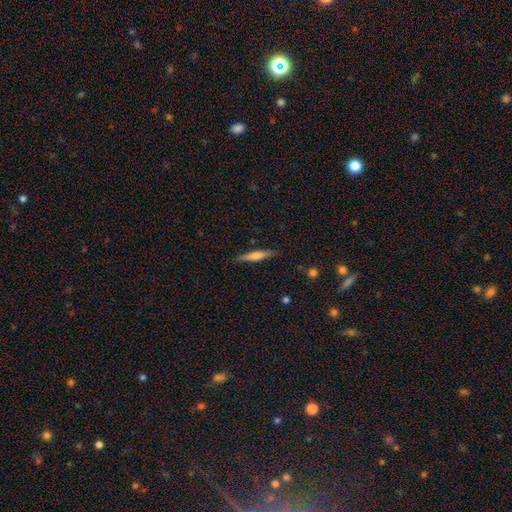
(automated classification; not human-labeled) Smooth or featured?
  - smooth: 53% *
  - featured or disk: 40%
  - star or artifact: 6%
How rounded?
  - cigar-shaped: 89% *
  - in between: 10%
  - round: 2%
Merging?
  - none: 86% *
  - minor disturbance: 10%
  - major disturbance: 2%
  - merger: 1%